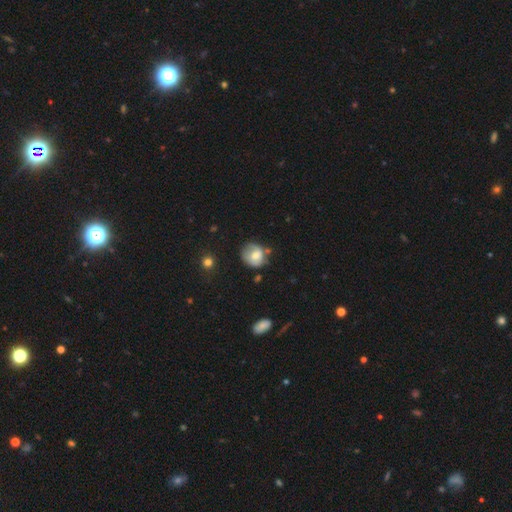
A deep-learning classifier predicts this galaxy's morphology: A smooth galaxy with no disk features (62%) that is round (73%). Merging: none (51%).